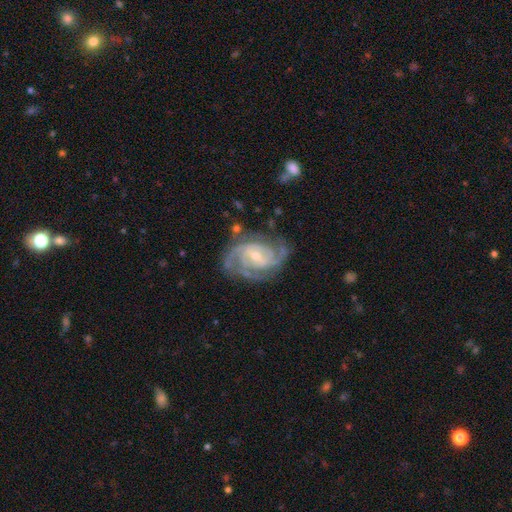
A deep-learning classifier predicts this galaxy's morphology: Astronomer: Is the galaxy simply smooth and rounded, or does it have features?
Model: featured or disk — 91%.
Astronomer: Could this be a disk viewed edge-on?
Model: no — 97%.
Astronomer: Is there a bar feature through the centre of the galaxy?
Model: no — 43%, tied with weak at 43%.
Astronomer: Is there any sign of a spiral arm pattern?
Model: yes — 98%.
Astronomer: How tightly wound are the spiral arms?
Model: tight — 55% (runner-up: medium, 38%).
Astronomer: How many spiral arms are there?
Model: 3 — 33%, tied with 2 at 33%.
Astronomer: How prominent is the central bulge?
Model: small — 62%.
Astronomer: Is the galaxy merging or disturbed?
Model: none — 71%.